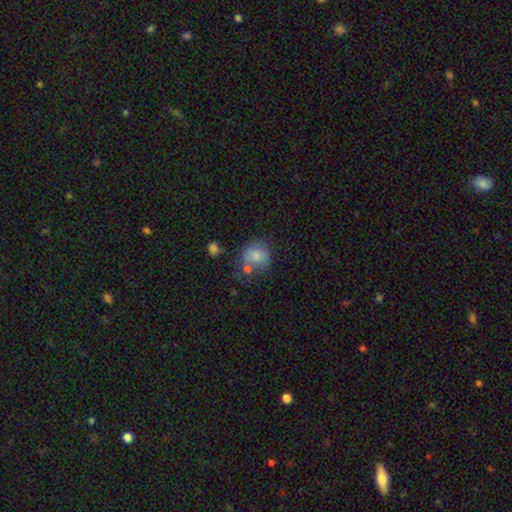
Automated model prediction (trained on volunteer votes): Smooth or featured: smooth — 76% (featured or disk — 14%)
How rounded: round — 73% (in between — 26%)
Merging: none — 47% (merger — 24%)